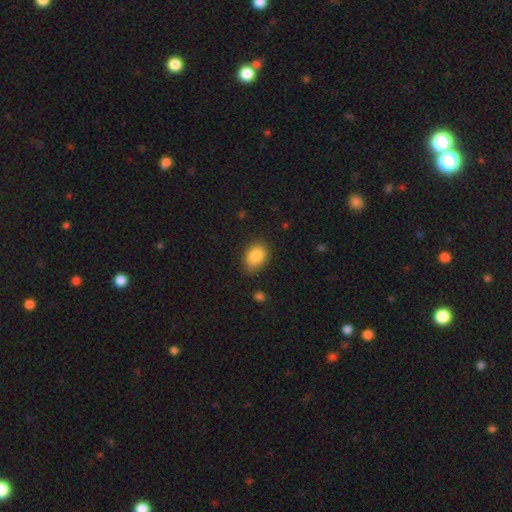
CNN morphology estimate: A smooth galaxy with no disk features (87%) that is in between round and cigar-shaped (79%).

Vote fractions:
- Smooth or featured? smooth: 87% / star or artifact: 7% / featured or disk: 6%
- How rounded? in between: 79% / round: 20% / cigar-shaped: 1%
- Merging? none: 84% / minor disturbance: 12% / major disturbance: 3% / merger: 1%